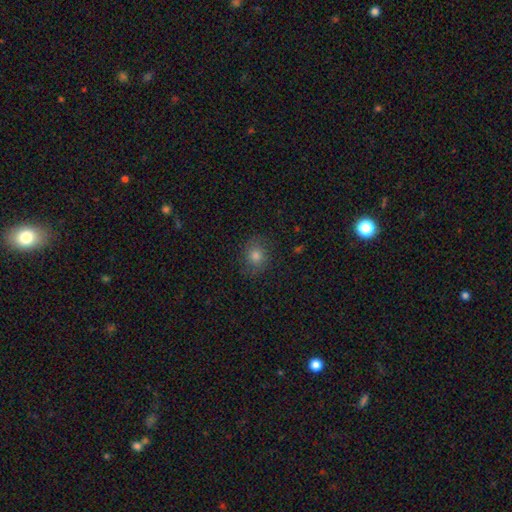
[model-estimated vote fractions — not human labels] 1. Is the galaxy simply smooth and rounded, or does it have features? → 73% smooth, 16% star or artifact, 11% featured or disk.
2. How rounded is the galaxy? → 69% round, 30% in between, 1% cigar-shaped.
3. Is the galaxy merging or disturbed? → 83% none, 12% minor disturbance, 3% major disturbance, 1% merger.